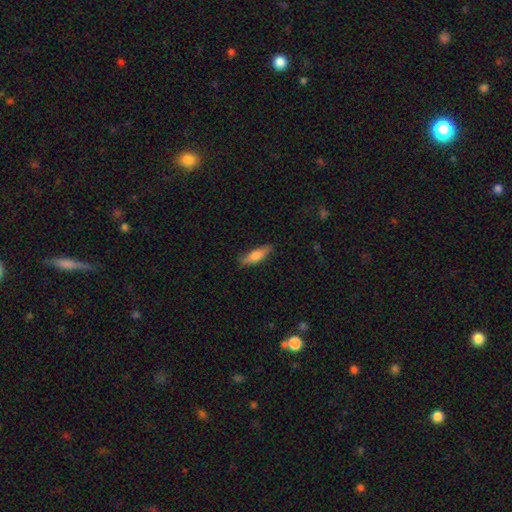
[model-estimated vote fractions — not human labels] A smooth galaxy with no disk features (73%) that is cigar-shaped (57%).

Vote fractions:
- Smooth or featured? smooth: 73% / featured or disk: 21% / star or artifact: 6%
- How rounded? cigar-shaped: 57% / in between: 41% / round: 2%
- Merging? none: 83% / minor disturbance: 13% / major disturbance: 3% / merger: 1%